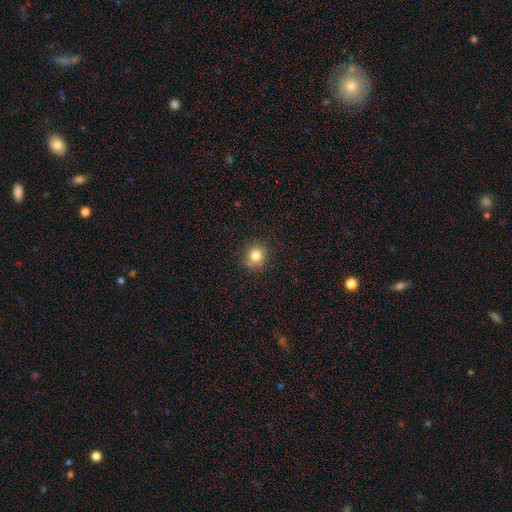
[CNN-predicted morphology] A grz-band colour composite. It shows a smooth galaxy with no disk features (82%) that is round (86%). Merging: none (84%).